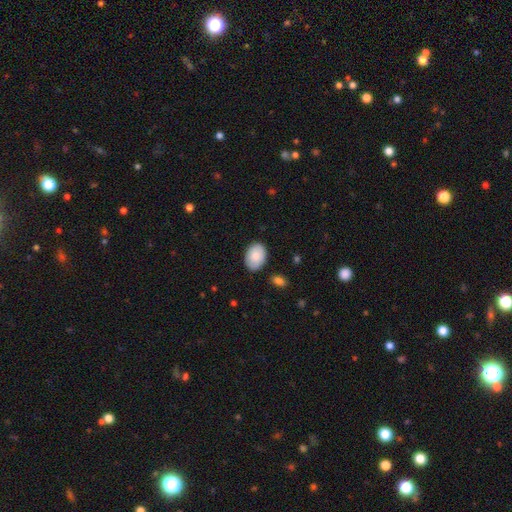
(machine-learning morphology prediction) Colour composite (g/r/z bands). It shows a smooth galaxy with no disk features (85%) that is in between round and cigar-shaped (85%). Merging: none (83%).